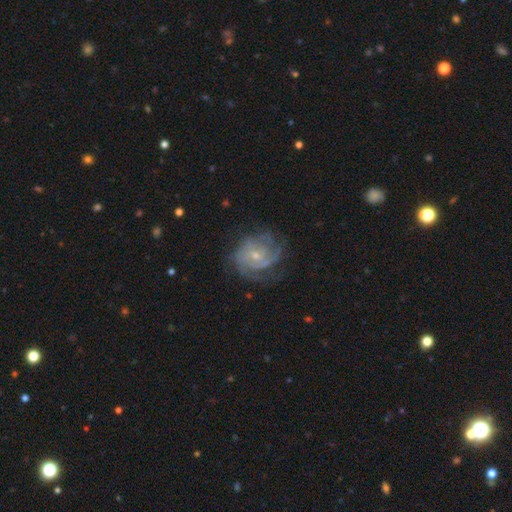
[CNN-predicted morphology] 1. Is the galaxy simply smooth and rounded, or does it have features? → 81% featured or disk, 12% smooth, 7% star or artifact.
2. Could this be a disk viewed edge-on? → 98% no, 2% yes.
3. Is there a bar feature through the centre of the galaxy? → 70% no, 26% weak, 4% strong.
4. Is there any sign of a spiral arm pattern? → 92% yes, 8% no.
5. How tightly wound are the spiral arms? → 60% tight, 31% medium, 9% loose.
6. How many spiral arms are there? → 36% can't tell, 23% 3, 19% 2, 10% 4, 6% 1, 6% more than 4.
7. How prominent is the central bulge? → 63% small, 32% moderate, 2% none, 1% large, 1% dominant.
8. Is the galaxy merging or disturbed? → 65% none, 21% minor disturbance, 13% major disturbance, 1% merger.